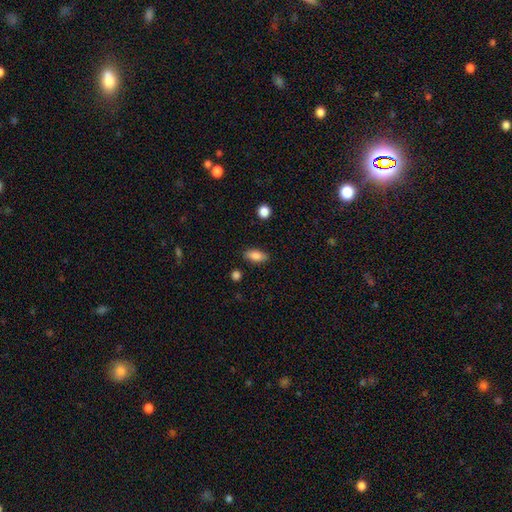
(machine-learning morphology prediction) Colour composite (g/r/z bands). It shows a smooth galaxy with no disk features (84%) that is in between round and cigar-shaped (86%). Merging: none (85%).